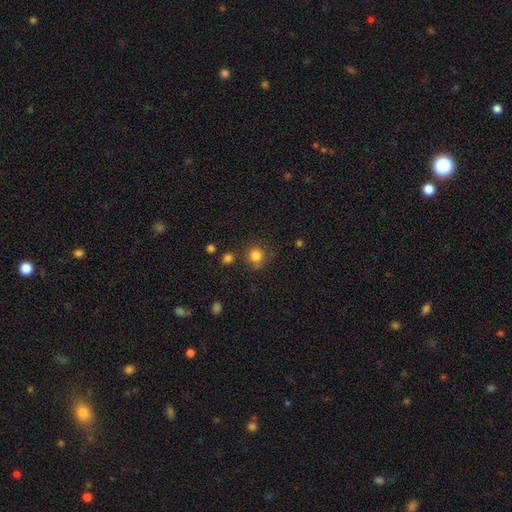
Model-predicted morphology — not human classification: A smooth galaxy with no disk features (83%) that is round (91%). Merging: none (79%).